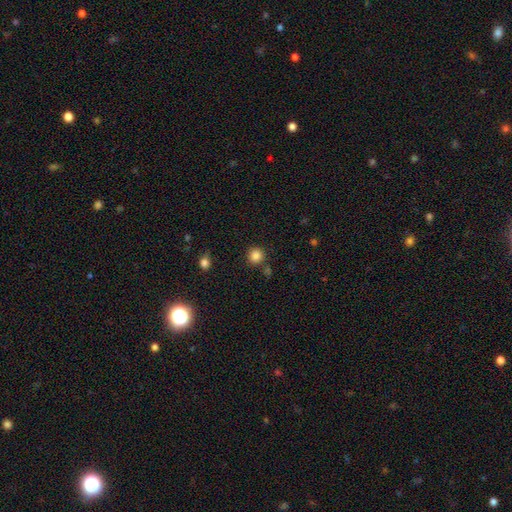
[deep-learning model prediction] Smooth or featured? smooth (84%)
How rounded? round (92%)
Merging? none (83%)